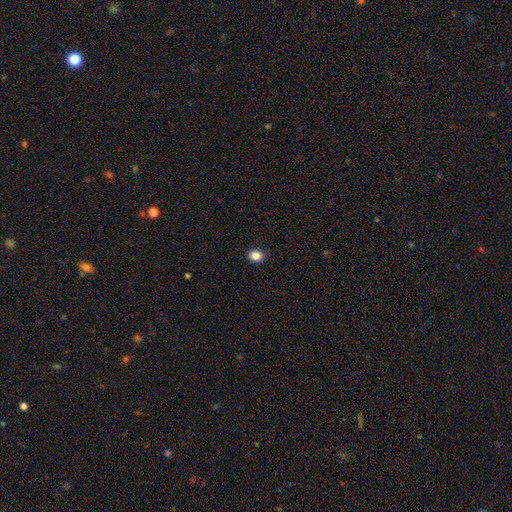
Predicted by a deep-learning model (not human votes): Overall: smooth (86%). How rounded: round (60%; in between 39%). Merging: none (91%).